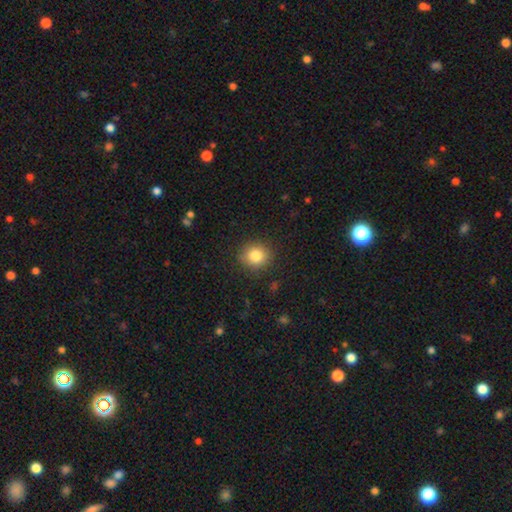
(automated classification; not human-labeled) smooth_or_featured: smooth (p=0.82) [alt: star or artifact p=0.11]
how_rounded: round (p=0.86) [alt: in between p=0.13]
merging: none (p=0.89) [alt: minor disturbance p=0.08]